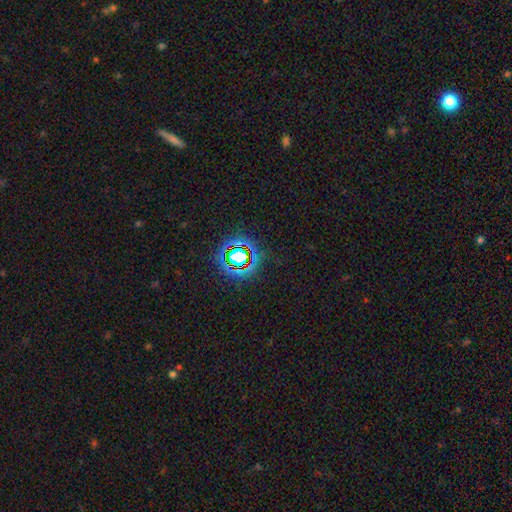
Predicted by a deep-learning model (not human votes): The model was most divided on "smooth or featured": star or artifact: 77%, smooth: 14%, featured or disk: 9%.